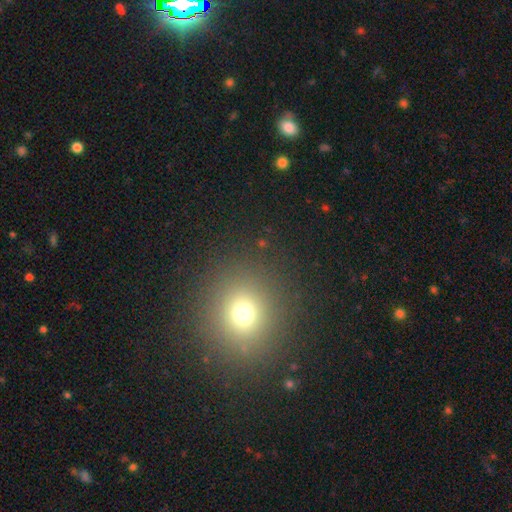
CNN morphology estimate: smooth-or-featured: smooth: 64% | star or artifact: 28% | featured or disk: 8%
  how-rounded: round: 85% | in between: 14% | cigar-shaped: 1%
  merging: none: 91% | minor disturbance: 5% | major disturbance: 2% | merger: 1%